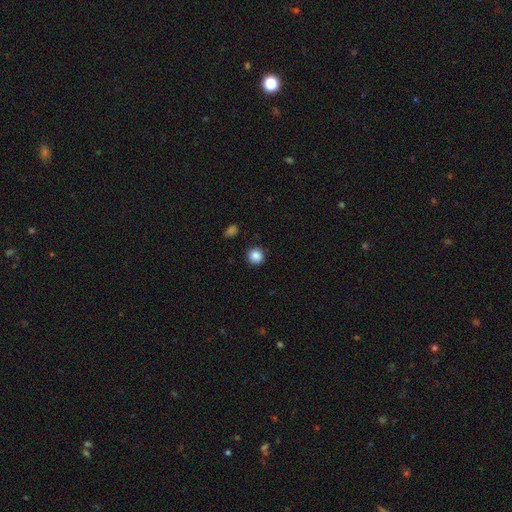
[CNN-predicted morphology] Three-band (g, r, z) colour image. It shows a smooth galaxy with no disk features (87%) that is round (93%). Merging: none (89%).